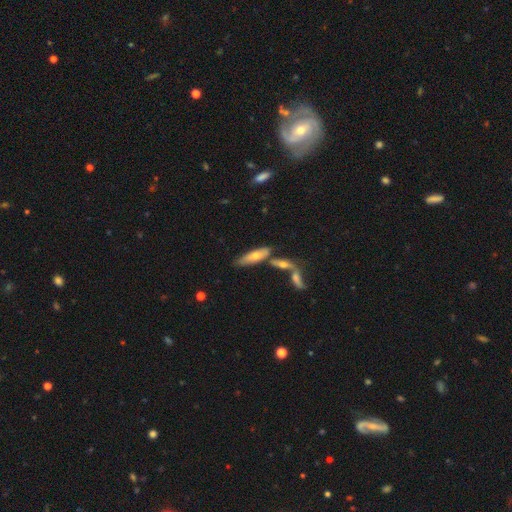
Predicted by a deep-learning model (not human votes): A smooth galaxy with no disk features (56%) that is cigar-shaped (50%). Merging: none (49%).